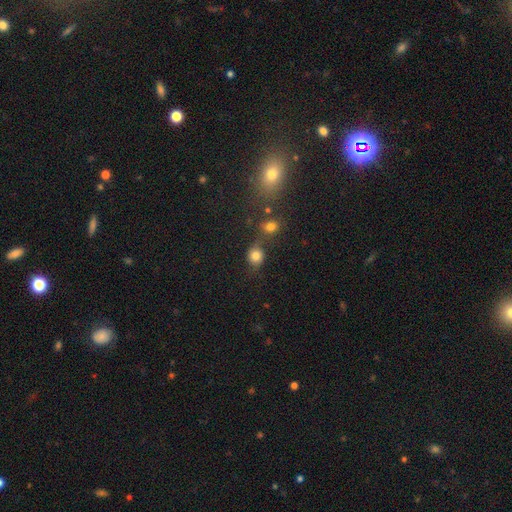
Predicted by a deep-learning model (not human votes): A smooth galaxy with no disk features (79%) that is round (79%). Merging: none (55%).